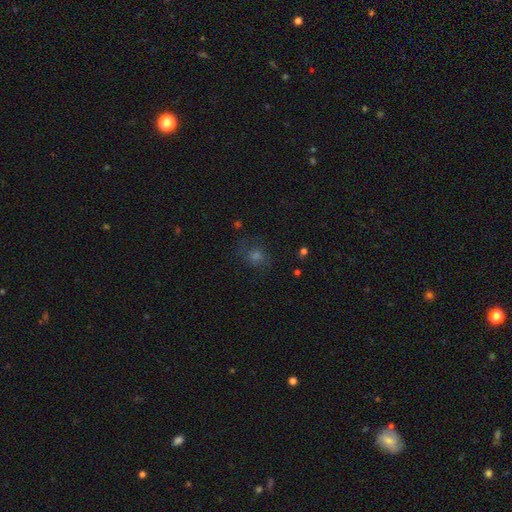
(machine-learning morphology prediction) A smooth galaxy with no disk features (49%). Merging: none (71%).